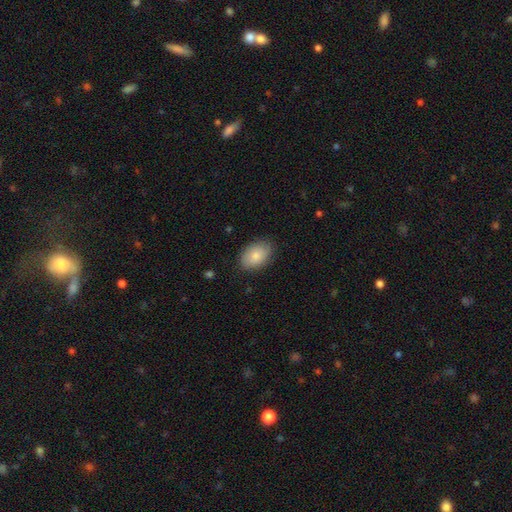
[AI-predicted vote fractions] This is clearly a smooth galaxy (82%). How rounded: clearly in between (85%). Merging: clearly none (82%).